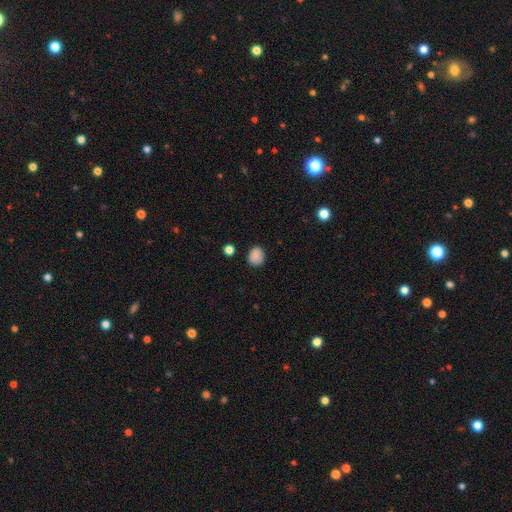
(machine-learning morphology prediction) smooth_or_featured: smooth (p=0.86) [alt: star or artifact p=0.10]
how_rounded: round (p=0.72) [alt: in between p=0.27]
merging: none (p=0.83) [alt: minor disturbance p=0.13]